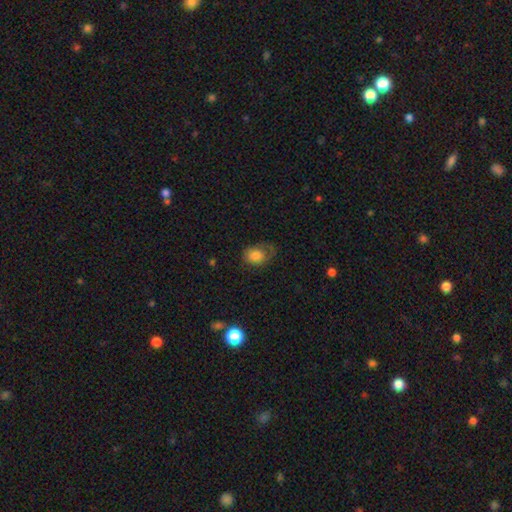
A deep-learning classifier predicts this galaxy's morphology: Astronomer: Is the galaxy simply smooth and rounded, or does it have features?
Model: smooth — 76%.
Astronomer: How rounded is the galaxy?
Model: in between — 58% (runner-up: round, 41%).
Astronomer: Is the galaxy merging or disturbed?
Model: none — 47% (runner-up: minor disturbance, 29%).